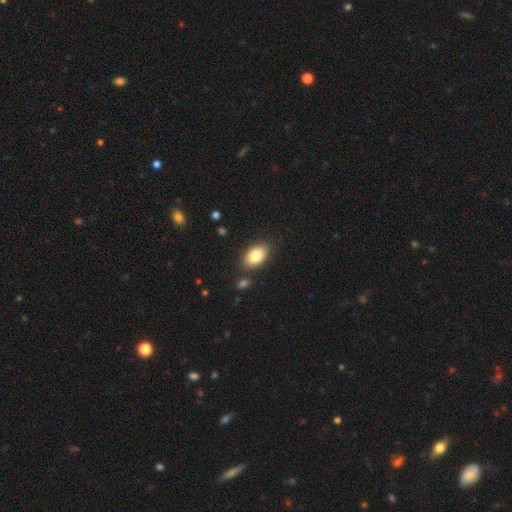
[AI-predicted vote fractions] Smooth or featured? Predicted: smooth (p=0.83). How rounded? Predicted: in between (p=0.90). Merging? Predicted: none (p=0.82).